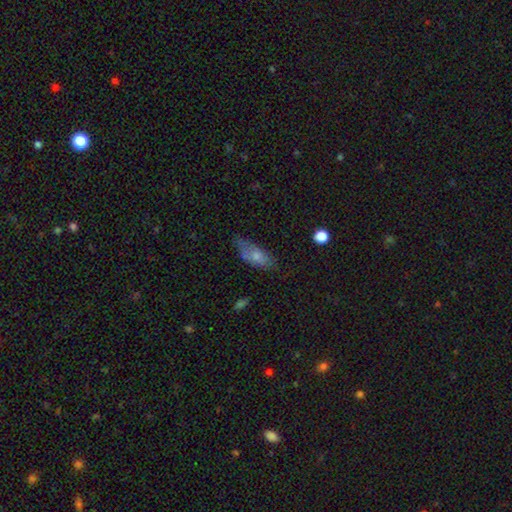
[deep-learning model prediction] A smooth galaxy with no disk features (71%) that is in between round and cigar-shaped (79%).

Vote fractions:
- Smooth or featured? smooth: 71% / featured or disk: 22% / star or artifact: 8%
- How rounded? in between: 79% / cigar-shaped: 18% / round: 3%
- Merging? none: 46% / minor disturbance: 36% / major disturbance: 15% / merger: 3%